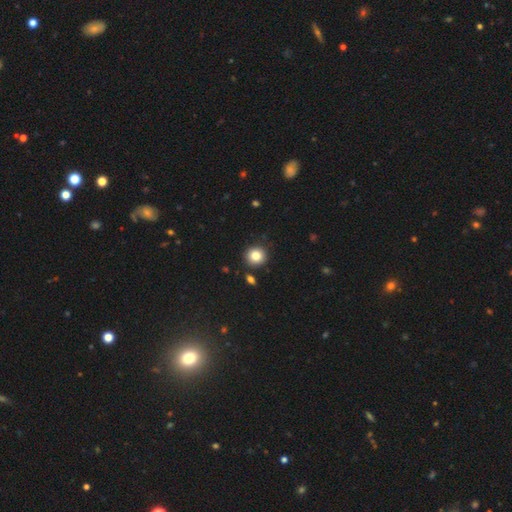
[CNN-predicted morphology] Overall: smooth (84%). How rounded: round (89%). Merging: none (88%).